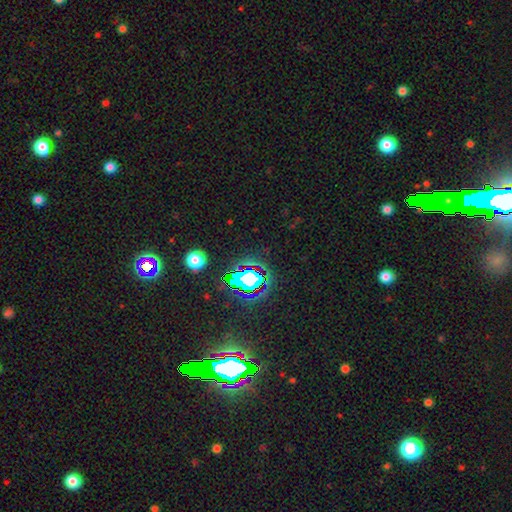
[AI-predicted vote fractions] Morphology: type=star or artifact (81%).